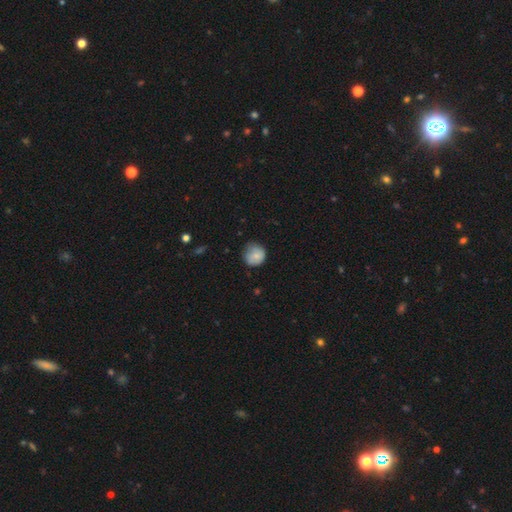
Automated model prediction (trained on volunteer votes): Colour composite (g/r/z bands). It shows a smooth galaxy with no disk features (80%) that is round (85%). Merging: none (60%).